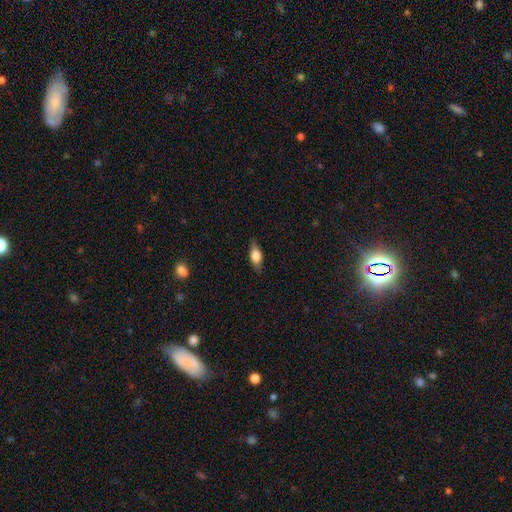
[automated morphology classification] Q: Smooth or featured?
A: smooth (62%); runner-up: featured or disk (30%)
Q: How rounded?
A: in between (72%); runner-up: cigar-shaped (21%)
Q: Merging?
A: none (82%); runner-up: minor disturbance (14%)